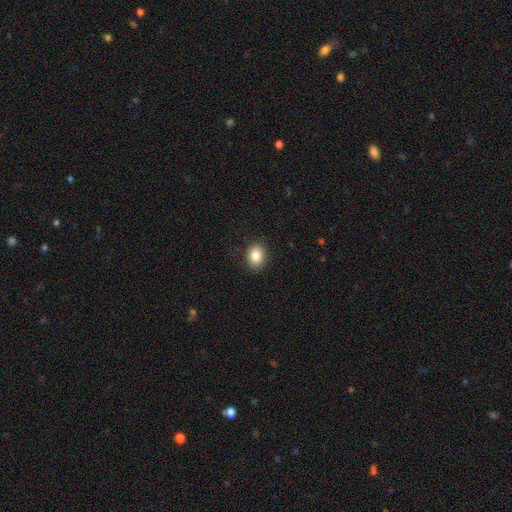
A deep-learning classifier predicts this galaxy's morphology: Q: Smooth or featured?
A: smooth (85%); runner-up: star or artifact (9%)
Q: How rounded?
A: in between (68%); runner-up: round (31%)
Q: Merging?
A: none (87%); runner-up: minor disturbance (9%)